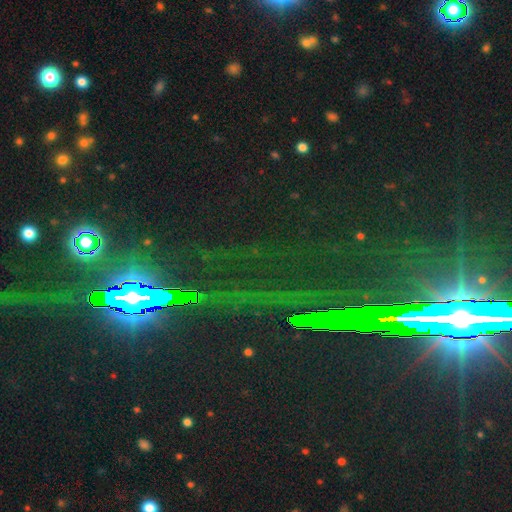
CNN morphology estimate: Smooth or featured? Predicted: star or artifact (p=0.84).